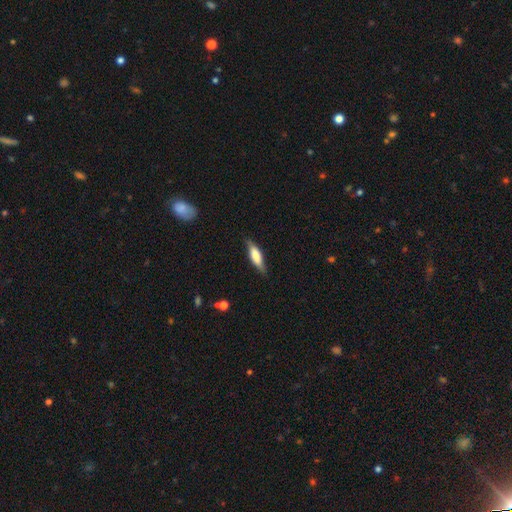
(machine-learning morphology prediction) Smooth or featured? Predicted: smooth (p=0.67). How rounded? Predicted: cigar-shaped (p=0.53). Merging? Predicted: none (p=0.77).